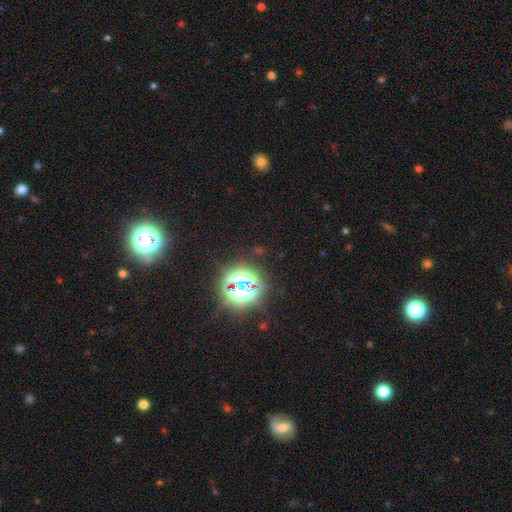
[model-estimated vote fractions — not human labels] Smooth or featured? star or artifact (78%)